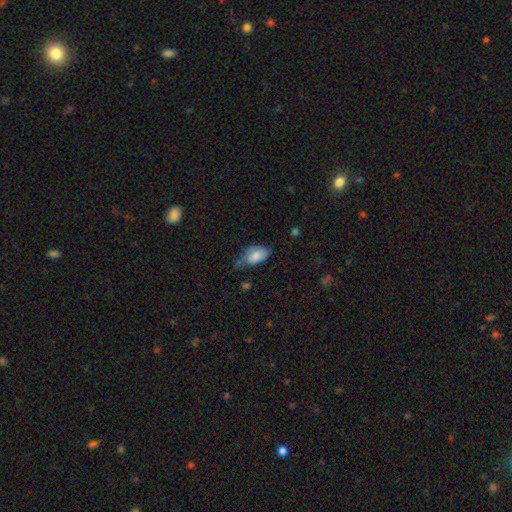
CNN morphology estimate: Overall: smooth (79%). How rounded: in between (92%). Merging: minor disturbance (42%; none 39%).